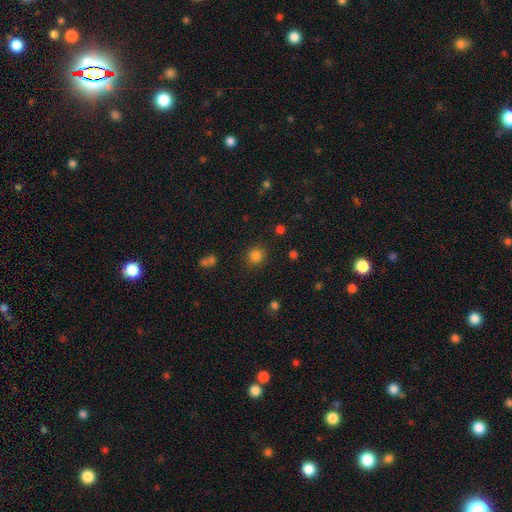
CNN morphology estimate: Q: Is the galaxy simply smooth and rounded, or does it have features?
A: smooth — 83%.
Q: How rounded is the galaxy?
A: round — 87%.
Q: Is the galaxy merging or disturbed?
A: none — 87%.